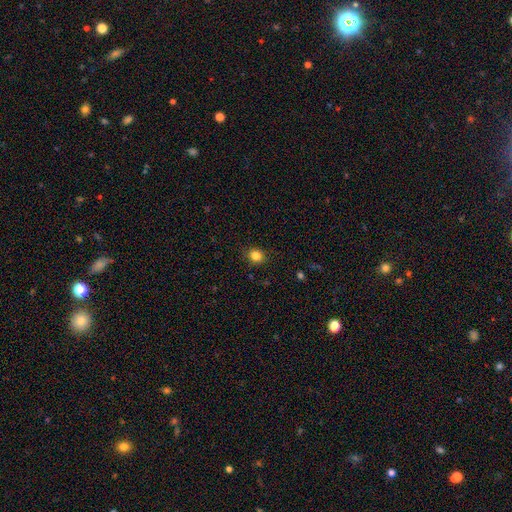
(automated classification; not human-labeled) Q: Smooth or featured?
A: smooth (83%); runner-up: star or artifact (12%)
Q: How rounded?
A: round (69%); runner-up: in between (30%)
Q: Merging?
A: none (88%); runner-up: minor disturbance (9%)